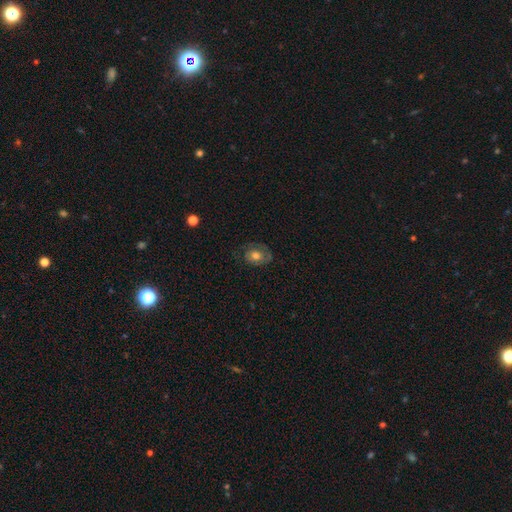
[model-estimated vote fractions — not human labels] Smooth or featured?
  - smooth: 50% *
  - featured or disk: 41%
  - star or artifact: 9%
How rounded?
  - in between: 61% *
  - round: 38%
  - cigar-shaped: 1%
Merging?
  - none: 64% *
  - minor disturbance: 22%
  - major disturbance: 13%
  - merger: 1%